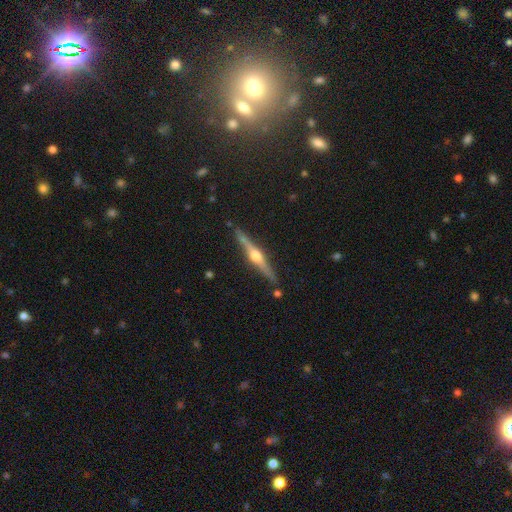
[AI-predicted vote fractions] smooth_or_featured: featured or disk (p=0.81) [alt: smooth p=0.14]
disk_edge_on: yes (p=0.98) [alt: no p=0.02]
edge_on_bulge: rounded (p=0.95) [alt: boxy p=0.03]
merging: none (p=0.87) [alt: minor disturbance p=0.09]